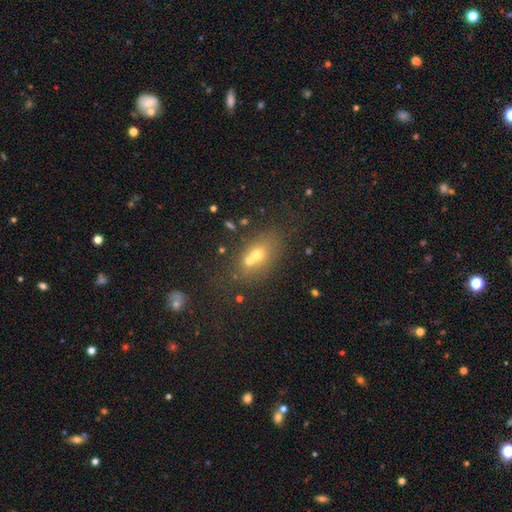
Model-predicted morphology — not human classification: Smooth or featured?
  - smooth: 58% *
  - star or artifact: 24%
  - featured or disk: 18%
How rounded?
  - in between: 68% *
  - round: 26%
  - cigar-shaped: 7%
Merging?
  - none: 55% *
  - merger: 26%
  - minor disturbance: 13%
  - major disturbance: 6%